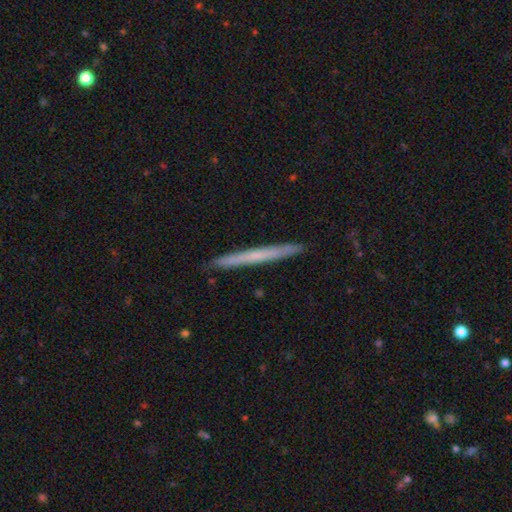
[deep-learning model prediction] This is possibly a smooth galaxy (49%). Merging: clearly none (92%).